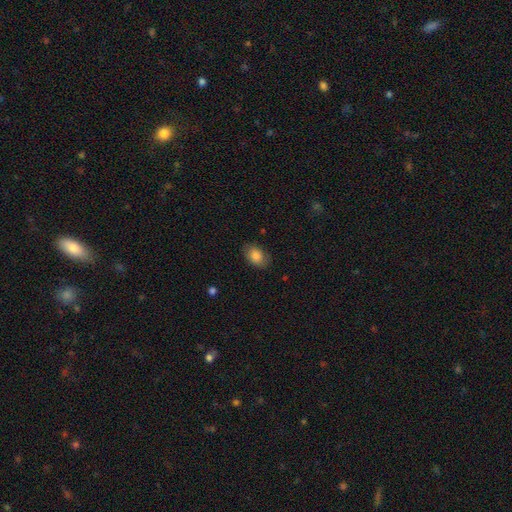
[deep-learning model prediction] This is clearly a smooth galaxy (84%). How rounded: clearly in between (84%). Merging: likely none (80%).